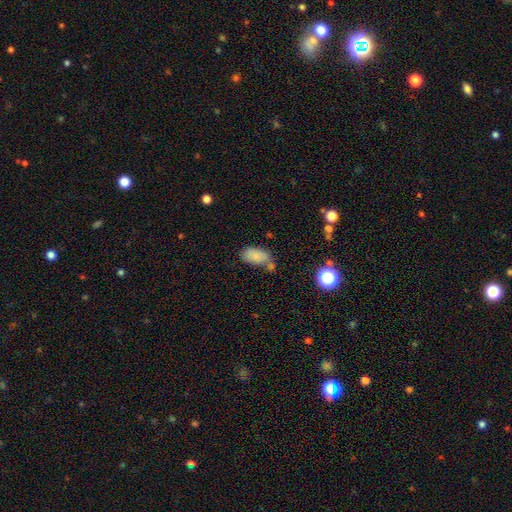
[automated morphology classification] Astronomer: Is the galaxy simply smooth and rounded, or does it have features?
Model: smooth — 81%.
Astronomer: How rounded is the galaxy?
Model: in between — 92%.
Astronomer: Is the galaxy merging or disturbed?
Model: none — 44% (runner-up: minor disturbance, 24%).